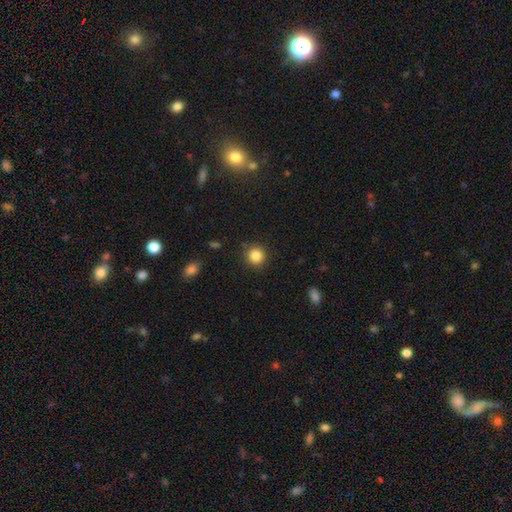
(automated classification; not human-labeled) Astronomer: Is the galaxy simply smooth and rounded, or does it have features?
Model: smooth — 86%.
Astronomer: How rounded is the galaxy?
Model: round — 92%.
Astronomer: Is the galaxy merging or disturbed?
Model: none — 89%.